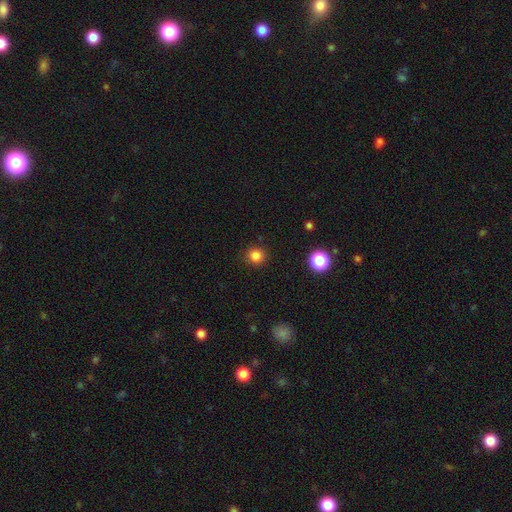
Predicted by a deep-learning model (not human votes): Q: Smooth or featured?
A: smooth (83%); runner-up: star or artifact (13%)
Q: How rounded?
A: round (92%); runner-up: in between (7%)
Q: Merging?
A: none (91%); runner-up: minor disturbance (6%)